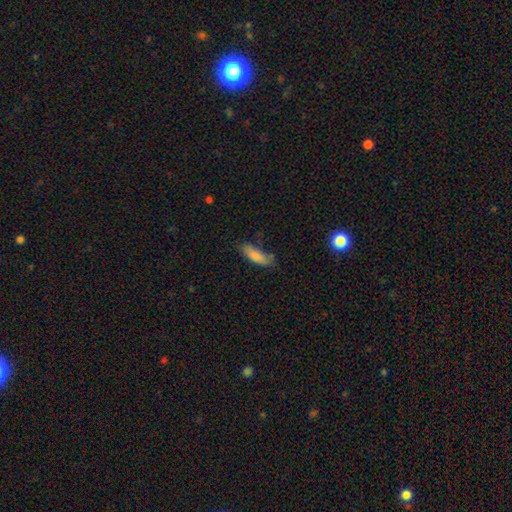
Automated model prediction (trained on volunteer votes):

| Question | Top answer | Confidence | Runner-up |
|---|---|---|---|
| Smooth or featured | smooth | 82% | featured or disk (11%) |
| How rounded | in between | 63% | cigar-shaped (36%) |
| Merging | none | 64% | minor disturbance (27%) |